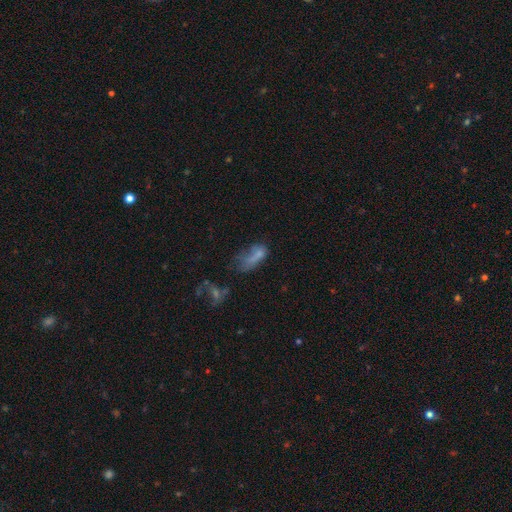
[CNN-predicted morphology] A smooth galaxy with no disk features (60%) that is in between round and cigar-shaped (77%).

Vote fractions:
- Smooth or featured? smooth: 60% / featured or disk: 24% / star or artifact: 15%
- How rounded? in between: 77% / cigar-shaped: 17% / round: 6%
- Merging? major disturbance: 39% / none: 23% / minor disturbance: 21% / merger: 17%